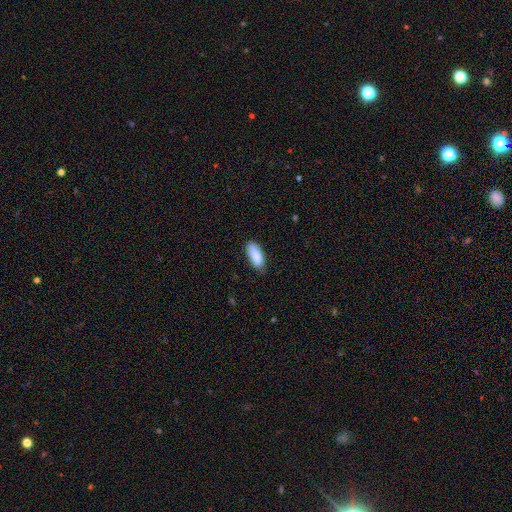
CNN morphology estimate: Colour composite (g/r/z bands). It shows a smooth galaxy with no disk features (89%) that is in between round and cigar-shaped (82%). Merging: none (72%).